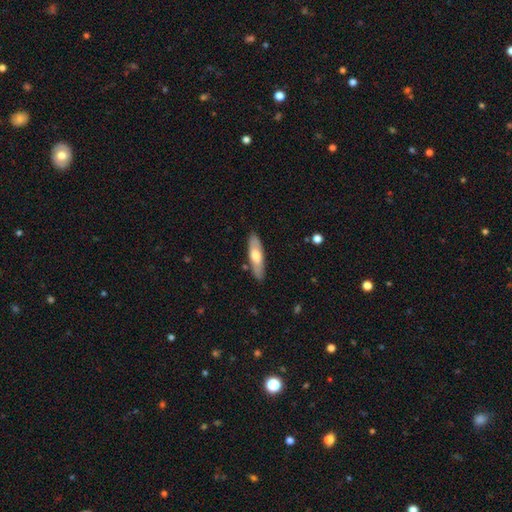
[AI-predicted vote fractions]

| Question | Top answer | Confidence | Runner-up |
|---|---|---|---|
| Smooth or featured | smooth | 58% | featured or disk (37%) |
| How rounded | cigar-shaped | 53% | in between (45%) |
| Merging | none | 85% | minor disturbance (11%) |